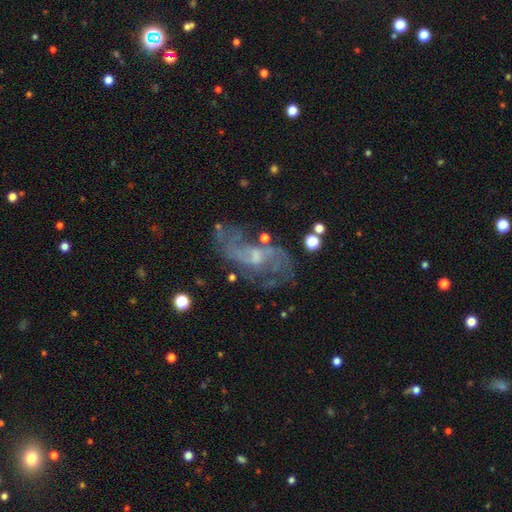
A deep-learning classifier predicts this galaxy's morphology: This appears to be a featured or disk galaxy (71%) with no bar (52%), medium (39%) spiral arms (82%) and a small central bulge (63%). Merging: none (65%).